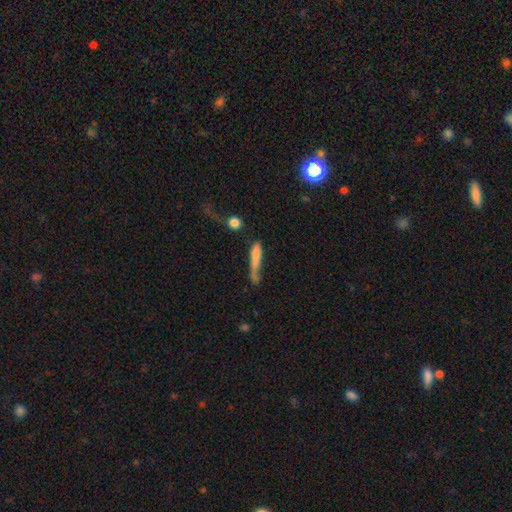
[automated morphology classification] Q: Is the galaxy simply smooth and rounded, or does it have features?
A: smooth — 65%.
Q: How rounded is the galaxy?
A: cigar-shaped — 82%.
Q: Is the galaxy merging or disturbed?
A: none — 31%.